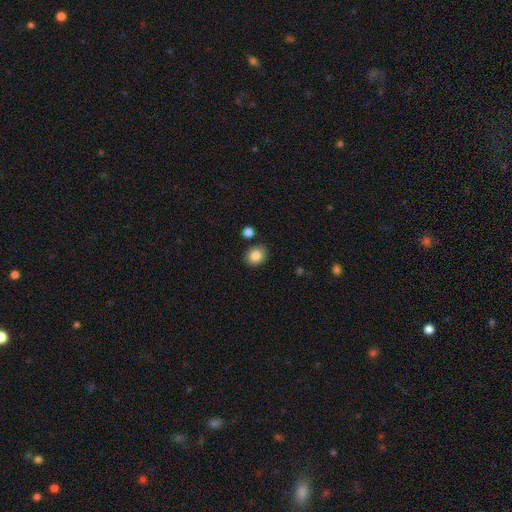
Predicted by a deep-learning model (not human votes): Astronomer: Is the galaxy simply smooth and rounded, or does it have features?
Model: smooth — 84%.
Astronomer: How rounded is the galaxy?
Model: round — 57% (runner-up: in between, 42%).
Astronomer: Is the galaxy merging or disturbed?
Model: none — 85%.